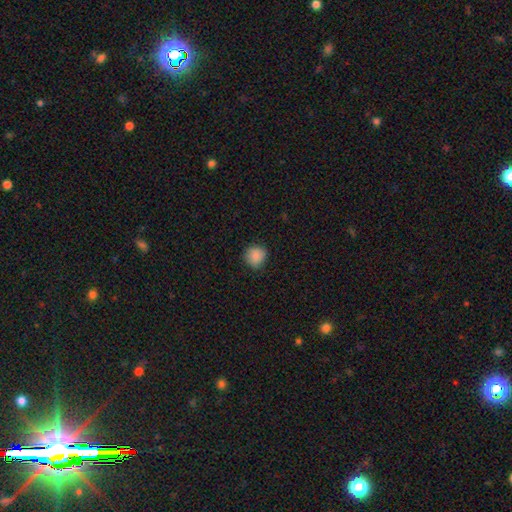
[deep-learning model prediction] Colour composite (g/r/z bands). It shows a smooth galaxy with no disk features (88%) that is round (91%). Merging: none (88%).